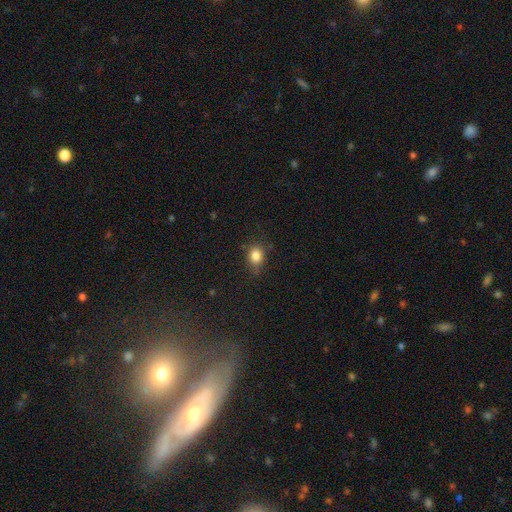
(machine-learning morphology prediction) smooth-or-featured: smooth: 83% | star or artifact: 11% | featured or disk: 6%
  how-rounded: round: 56% | in between: 43% | cigar-shaped: 1%
  merging: none: 74% | minor disturbance: 20% | major disturbance: 5% | merger: 2%